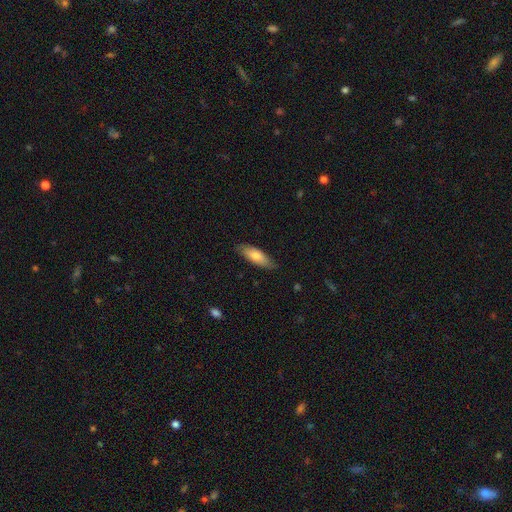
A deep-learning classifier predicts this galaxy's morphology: smooth_or_featured: smooth (p=0.74) [alt: featured or disk p=0.21]
how_rounded: in between (p=0.60) [alt: cigar-shaped p=0.38]
merging: none (p=0.80) [alt: minor disturbance p=0.16]